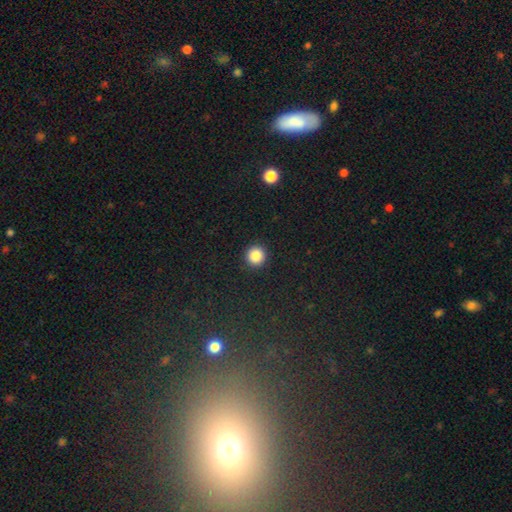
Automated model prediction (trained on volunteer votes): smooth 86%, star or artifact 10%, featured or disk 4%. Down the decision tree: how rounded — round (94%); merging — none (92%).